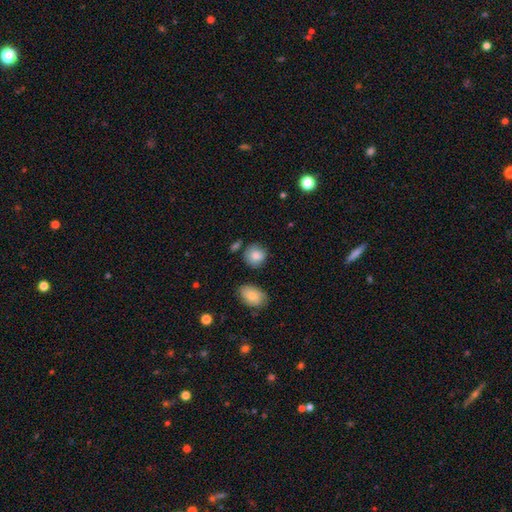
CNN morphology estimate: Smooth or featured? Predicted: smooth (p=0.82). How rounded? Predicted: round (p=0.83). Merging? Predicted: none (p=0.75).